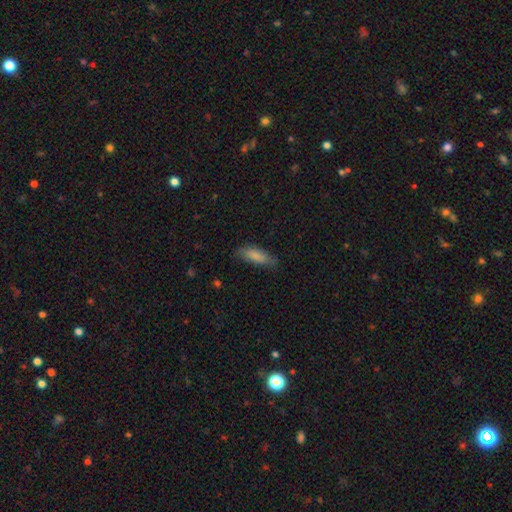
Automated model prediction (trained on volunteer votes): Smooth or featured?
  - smooth: 82% *
  - featured or disk: 12%
  - star or artifact: 6%
How rounded?
  - in between: 62% *
  - cigar-shaped: 36%
  - round: 2%
Merging?
  - none: 72% *
  - minor disturbance: 23%
  - major disturbance: 4%
  - merger: 1%